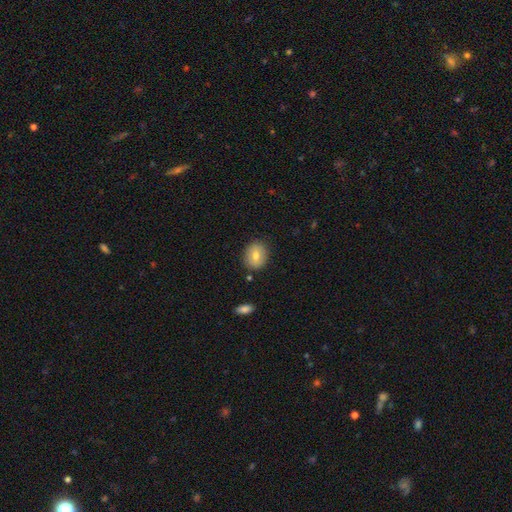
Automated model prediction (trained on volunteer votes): A smooth galaxy with no disk features (70%) that is round (59%). Merging: none (86%).